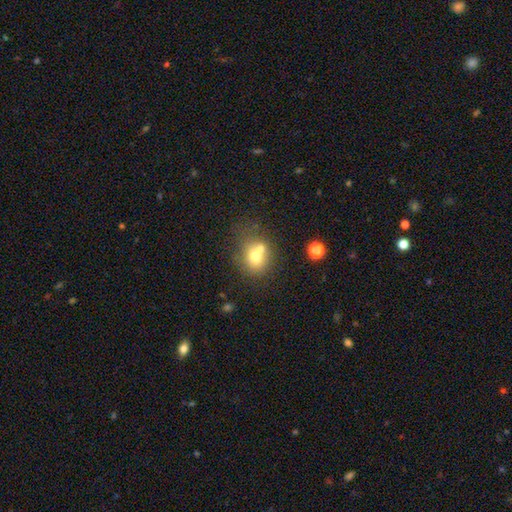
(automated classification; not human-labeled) Smooth or featured?
  - smooth: 68% *
  - featured or disk: 19%
  - star or artifact: 12%
How rounded?
  - round: 71% *
  - in between: 28%
  - cigar-shaped: 1%
Merging?
  - none: 44% *
  - merger: 39%
  - minor disturbance: 12%
  - major disturbance: 5%